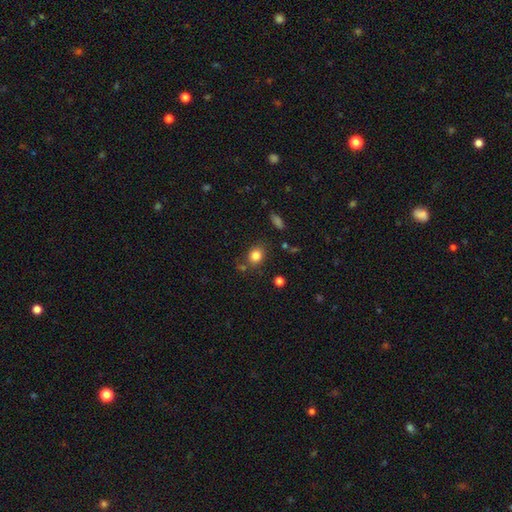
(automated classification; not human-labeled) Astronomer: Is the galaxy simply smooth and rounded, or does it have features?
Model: smooth — 82%.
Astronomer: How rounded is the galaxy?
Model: round — 61% (runner-up: in between, 38%).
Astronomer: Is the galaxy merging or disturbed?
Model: none — 76%.